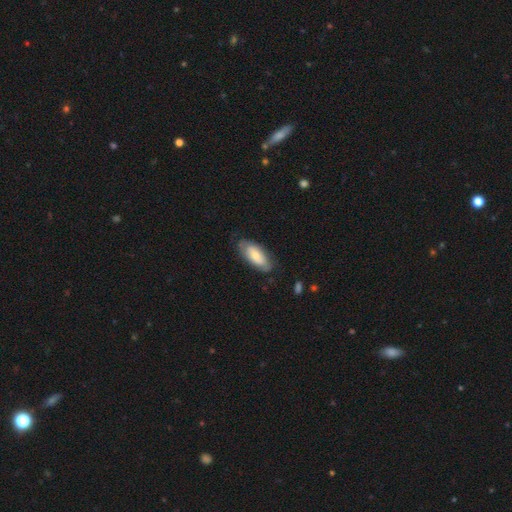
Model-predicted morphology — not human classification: A smooth galaxy with no disk features (61%) that is in between round and cigar-shaped (85%).

Vote fractions:
- Smooth or featured? smooth: 61% / featured or disk: 33% / star or artifact: 6%
- How rounded? in between: 85% / cigar-shaped: 13% / round: 2%
- Merging? none: 75% / minor disturbance: 19% / major disturbance: 5% / merger: 1%